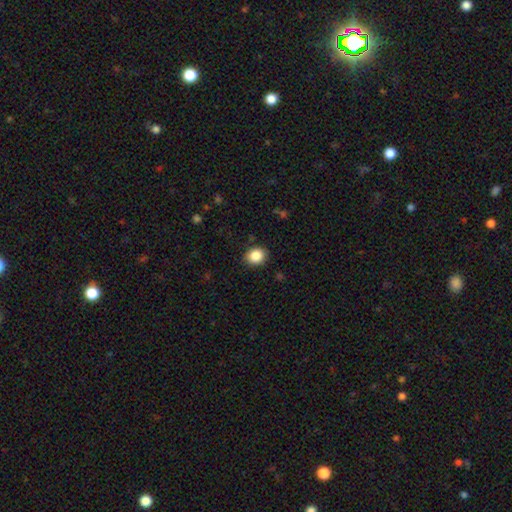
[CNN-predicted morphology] Smooth or featured?
  - smooth: 87% *
  - star or artifact: 9%
  - featured or disk: 4%
How rounded?
  - round: 58% *
  - in between: 41%
  - cigar-shaped: 1%
Merging?
  - none: 87% *
  - minor disturbance: 9%
  - major disturbance: 2%
  - merger: 1%